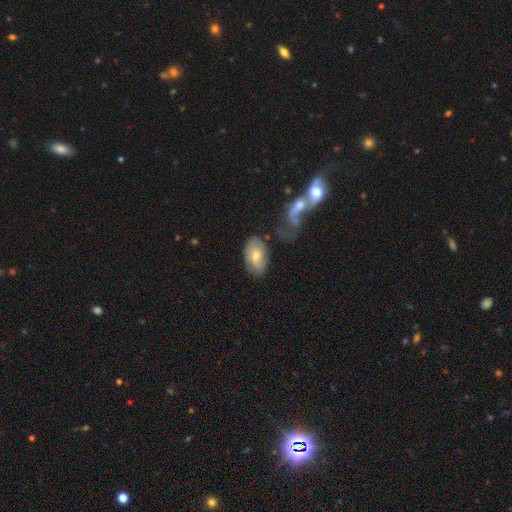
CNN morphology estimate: Overall: smooth (59%; featured or disk 33%). How rounded: in between (91%). Merging: none (54%; minor disturbance 20%).